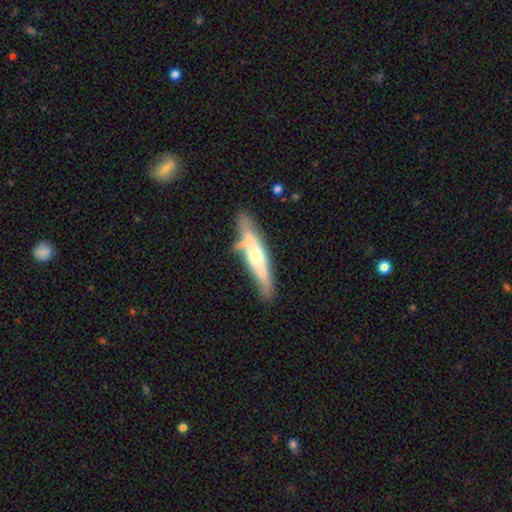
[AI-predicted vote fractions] Morphology: type=featured or disk (58%); edge-on=yes (77%); merging=none (53%).